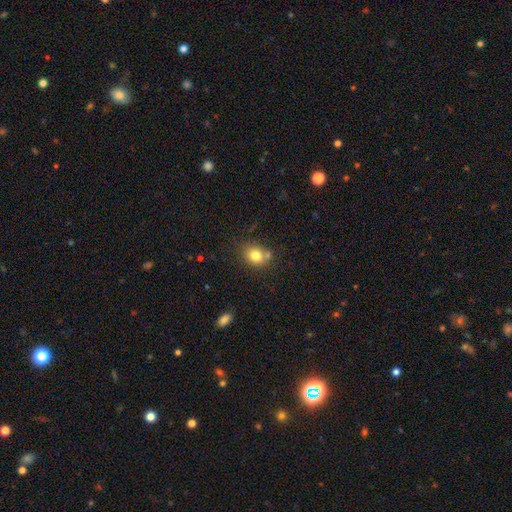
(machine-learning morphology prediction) Overall: smooth (78%). How rounded: round (67%; in between 32%). Merging: none (65%).